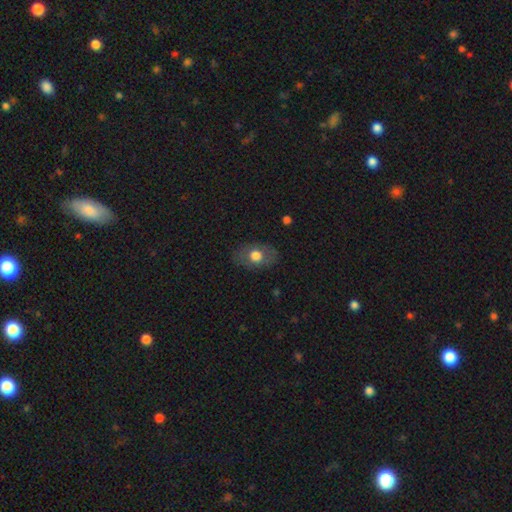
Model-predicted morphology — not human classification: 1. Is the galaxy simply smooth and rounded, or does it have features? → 68% smooth, 24% featured or disk, 8% star or artifact.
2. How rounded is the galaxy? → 77% in between, 22% round, 1% cigar-shaped.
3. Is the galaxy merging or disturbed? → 81% none, 13% minor disturbance, 5% major disturbance, 1% merger.